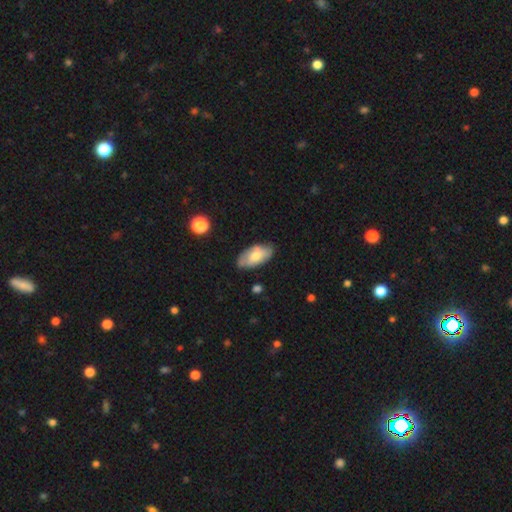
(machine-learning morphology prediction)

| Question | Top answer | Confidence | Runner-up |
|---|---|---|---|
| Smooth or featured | smooth | 61% | featured or disk (33%) |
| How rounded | in between | 94% | cigar-shaped (3%) |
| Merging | none | 74% | minor disturbance (20%) |